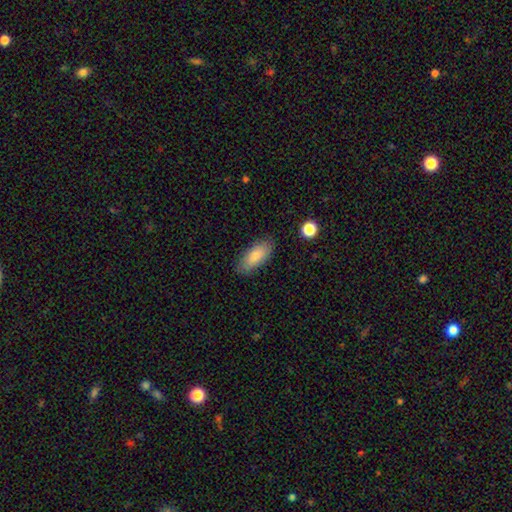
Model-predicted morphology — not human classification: Smooth or featured: smooth — 84% (featured or disk — 9%)
How rounded: in between — 85% (cigar-shaped — 13%)
Merging: none — 85% (minor disturbance — 11%)